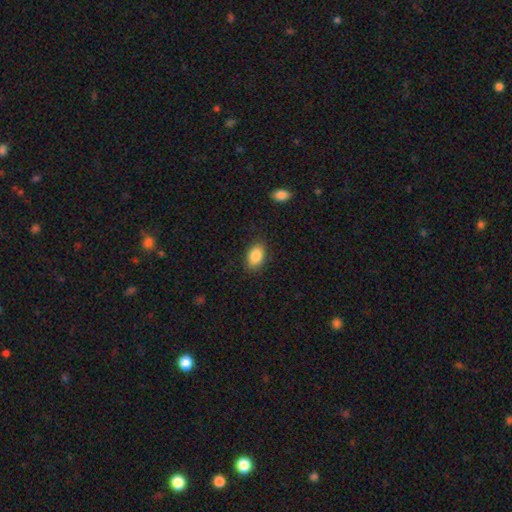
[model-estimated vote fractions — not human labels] Smooth or featured? Predicted: smooth (p=0.87). How rounded? Predicted: in between (p=0.88). Merging? Predicted: none (p=0.85).